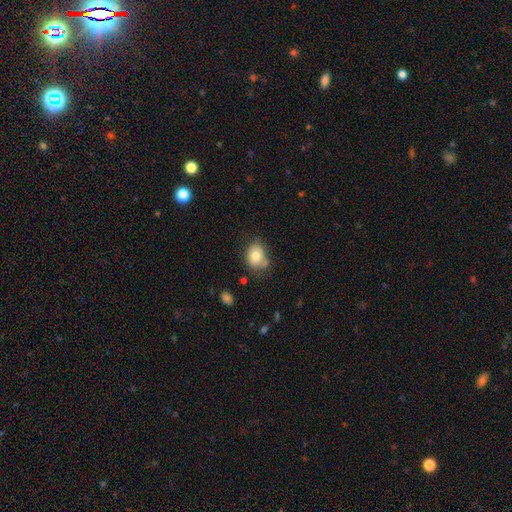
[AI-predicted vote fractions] Smooth or featured? Predicted: smooth (p=0.77). How rounded? Predicted: in between (p=0.51). Merging? Predicted: none (p=0.56).